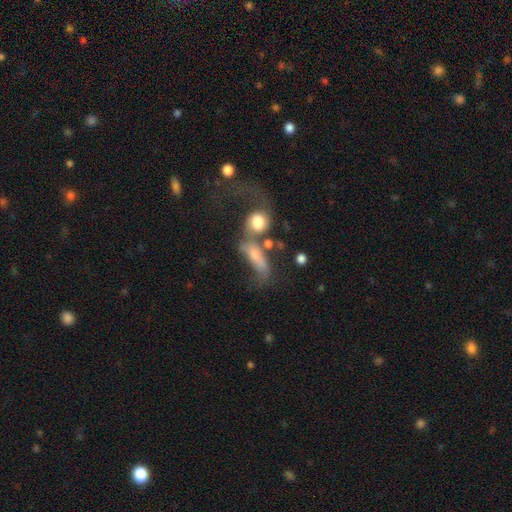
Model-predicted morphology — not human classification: The model was most divided on "merging": merger: 51%, major disturbance: 24%, none: 15%, minor disturbance: 10%. More confident: how rounded — in between (61%); smooth or featured — smooth (58%).